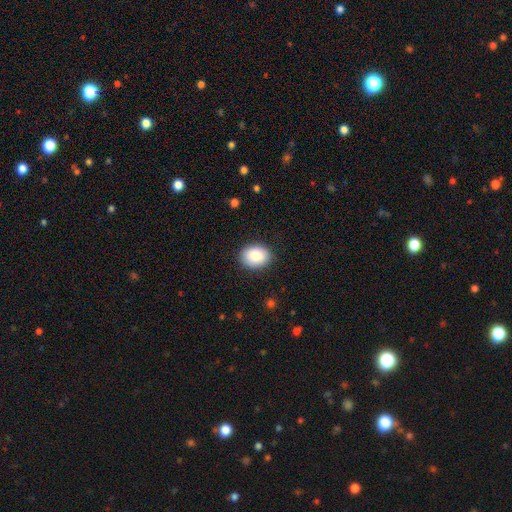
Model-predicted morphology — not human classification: A smooth galaxy with no disk features (87%) that is in between round and cigar-shaped (59%).

Vote fractions:
- Smooth or featured? smooth: 87% / star or artifact: 7% / featured or disk: 6%
- How rounded? in between: 59% / round: 40% / cigar-shaped: 1%
- Merging? none: 88% / minor disturbance: 9% / major disturbance: 2% / merger: 1%